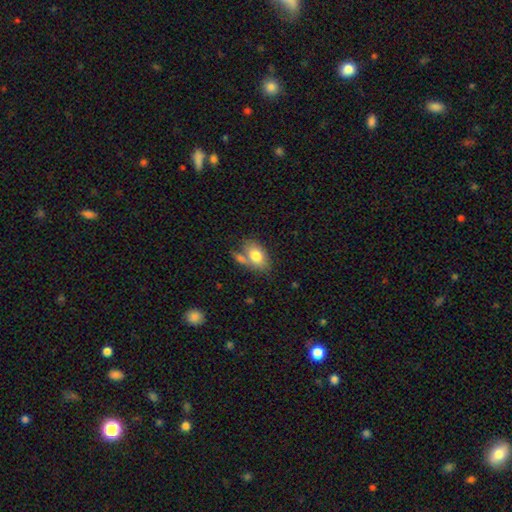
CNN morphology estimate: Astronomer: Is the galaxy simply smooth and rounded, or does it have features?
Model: smooth — 78%.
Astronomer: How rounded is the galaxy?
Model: in between — 86%.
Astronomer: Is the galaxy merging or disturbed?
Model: none — 49% (runner-up: merger, 28%).